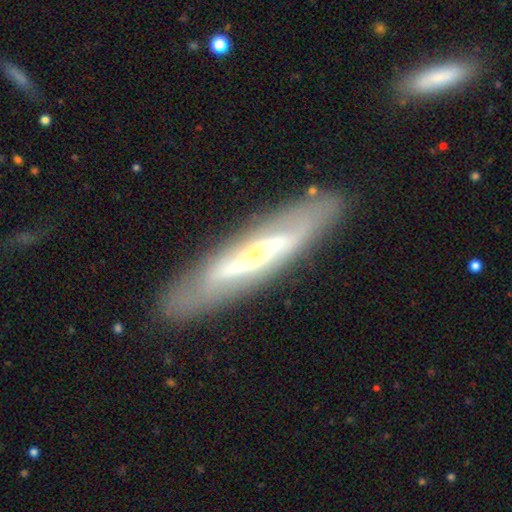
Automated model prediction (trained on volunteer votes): smooth-or-featured: featured or disk: 62% | smooth: 30% | star or artifact: 8%
  disk-edge-on: yes: 54% | no: 46%
  merging: none: 79% | minor disturbance: 14% | major disturbance: 5% | merger: 2%